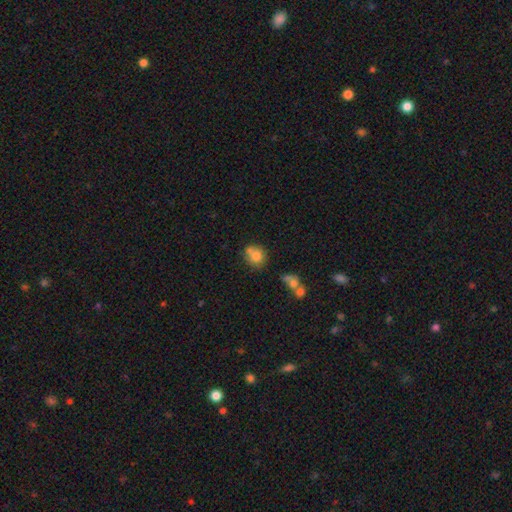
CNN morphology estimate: smooth 75%, featured or disk 15%, star or artifact 11%. Down the decision tree: how rounded — round (76%); merging — none (51%).